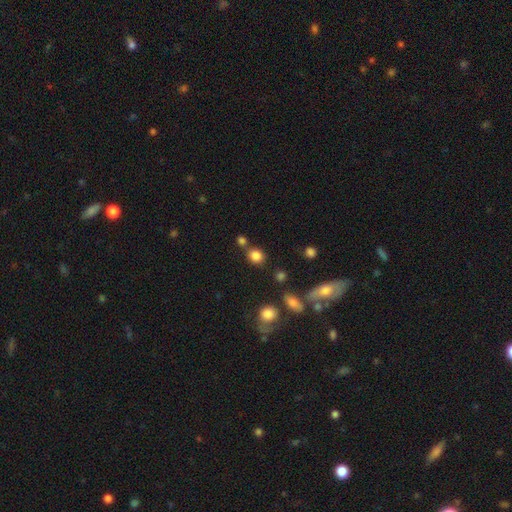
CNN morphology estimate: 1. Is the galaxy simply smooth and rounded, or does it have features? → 83% smooth, 12% star or artifact, 5% featured or disk.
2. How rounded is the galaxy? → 73% round, 25% in between, 1% cigar-shaped.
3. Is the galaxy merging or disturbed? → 71% none, 15% merger, 11% minor disturbance, 4% major disturbance.